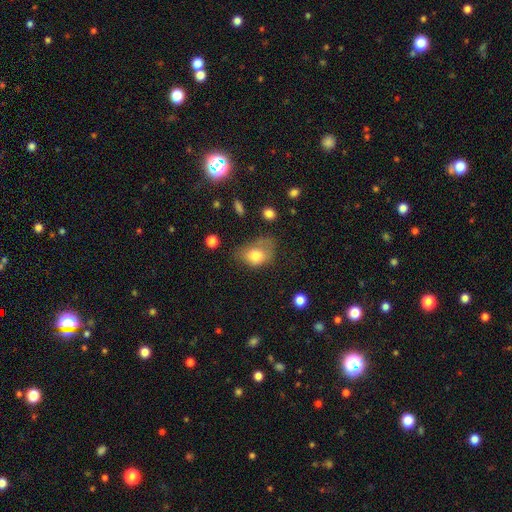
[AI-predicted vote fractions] smooth 74%, featured or disk 17%, star or artifact 9%. Down the decision tree: how rounded — in between (73%); merging — minor disturbance (34%).